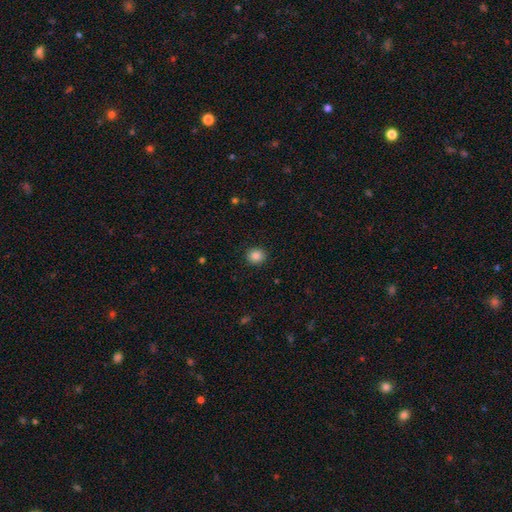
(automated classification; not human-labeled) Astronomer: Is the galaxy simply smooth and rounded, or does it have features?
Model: smooth — 86%.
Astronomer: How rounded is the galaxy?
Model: round — 84%.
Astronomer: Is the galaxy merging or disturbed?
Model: none — 91%.